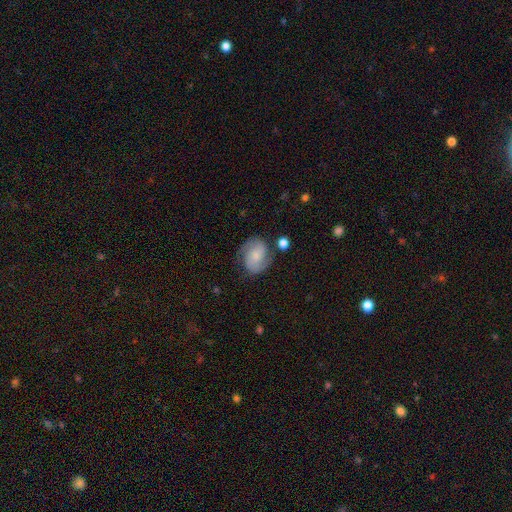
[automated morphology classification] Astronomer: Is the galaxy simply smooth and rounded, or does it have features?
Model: featured or disk — 67%.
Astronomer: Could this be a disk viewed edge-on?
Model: no — 98%.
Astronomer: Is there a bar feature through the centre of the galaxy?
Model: no — 60%.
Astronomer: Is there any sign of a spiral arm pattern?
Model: yes — 93%.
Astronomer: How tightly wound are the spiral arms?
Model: medium — 49% (runner-up: tight, 32%).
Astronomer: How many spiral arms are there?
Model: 2 — 88%.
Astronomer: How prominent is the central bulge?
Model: small — 52% (runner-up: moderate, 29%).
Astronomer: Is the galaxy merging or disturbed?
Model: none — 70%.